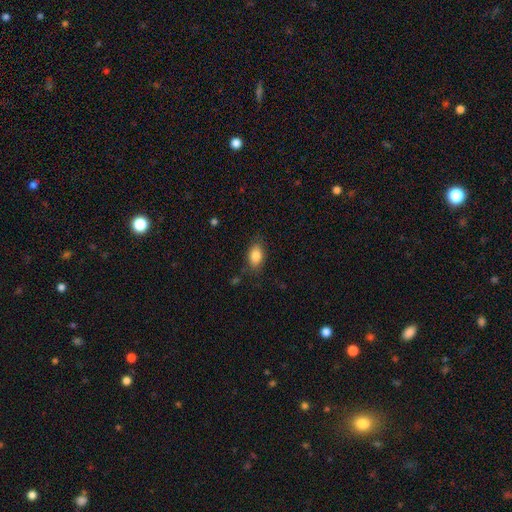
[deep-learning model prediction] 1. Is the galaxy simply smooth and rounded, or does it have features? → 85% smooth, 8% star or artifact, 7% featured or disk.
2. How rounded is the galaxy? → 88% in between, 9% round, 2% cigar-shaped.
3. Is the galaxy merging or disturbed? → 80% none, 14% minor disturbance, 4% major disturbance, 1% merger.